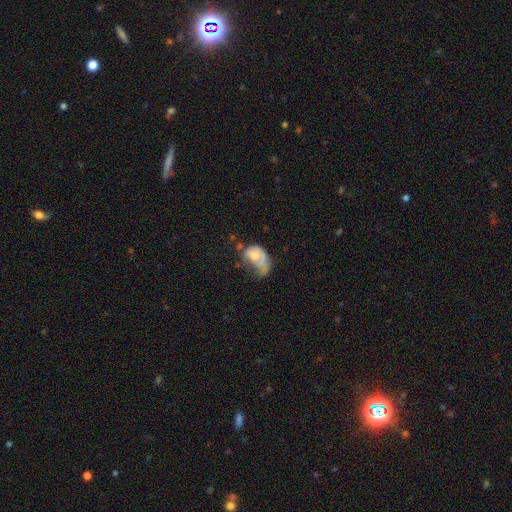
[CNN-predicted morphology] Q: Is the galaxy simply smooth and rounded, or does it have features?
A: smooth — 55%.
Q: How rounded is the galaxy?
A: in between — 81%.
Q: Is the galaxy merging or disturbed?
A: major disturbance — 52%.